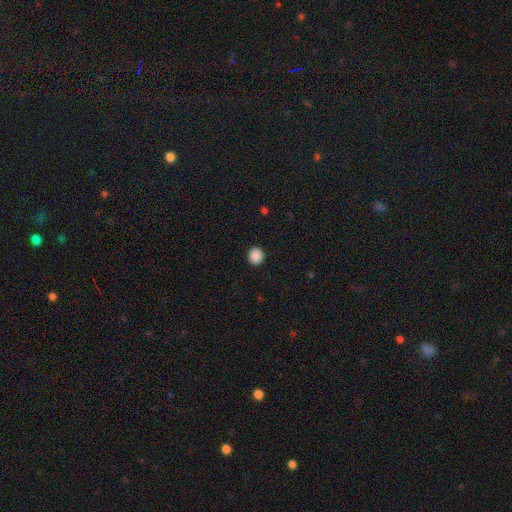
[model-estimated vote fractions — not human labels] The model was most divided on "how rounded": round: 86%, in between: 13%, cigar-shaped: 1%. More confident: merging — none (92%); smooth or featured — smooth (89%).